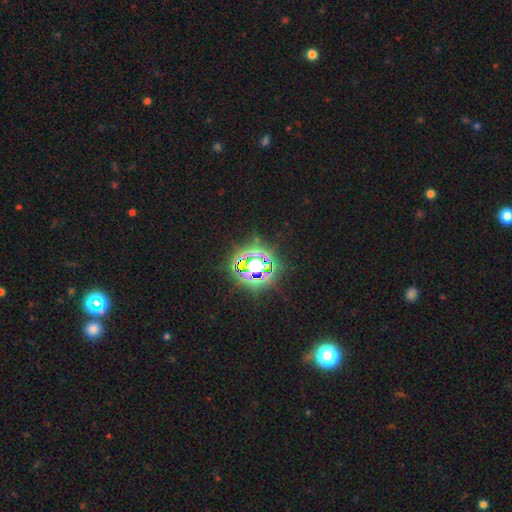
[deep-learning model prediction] Smooth or featured: star or artifact — 81% (smooth — 12%)